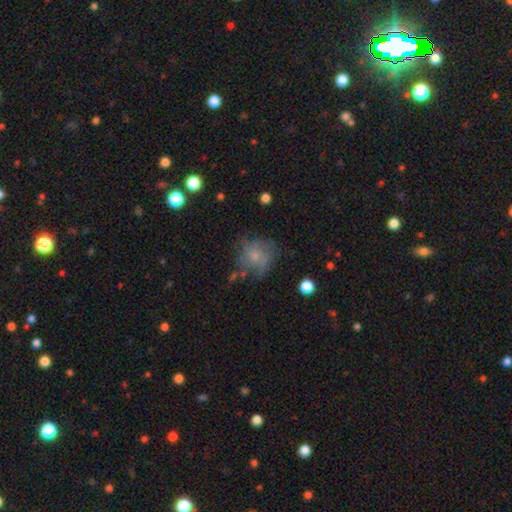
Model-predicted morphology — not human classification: Smooth or featured?
  - smooth: 55% *
  - featured or disk: 32%
  - star or artifact: 12%
How rounded?
  - round: 79% *
  - in between: 20%
  - cigar-shaped: 1%
Merging?
  - none: 53% *
  - minor disturbance: 24%
  - major disturbance: 19%
  - merger: 4%